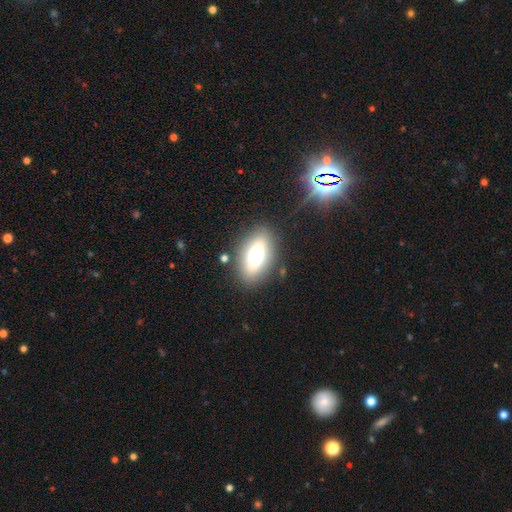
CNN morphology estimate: type=smooth (66%); roundness=in between (85%); merging=none (82%).